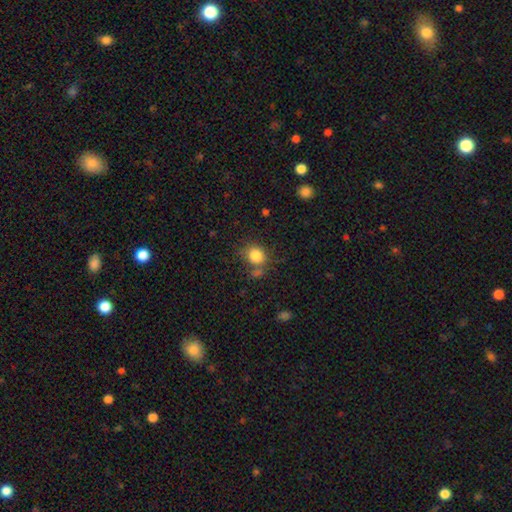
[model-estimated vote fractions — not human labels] A smooth galaxy with no disk features (83%) that is round (72%).

Vote fractions:
- Smooth or featured? smooth: 83% / star or artifact: 10% / featured or disk: 7%
- How rounded? round: 72% / in between: 27% / cigar-shaped: 1%
- Merging? none: 66% / minor disturbance: 15% / merger: 14% / major disturbance: 6%